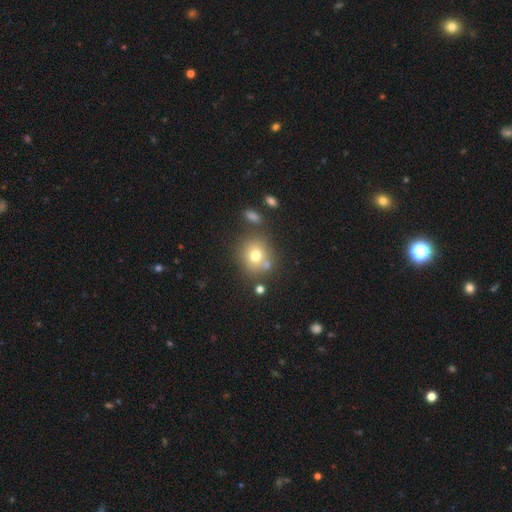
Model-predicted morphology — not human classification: Q: Smooth or featured?
A: smooth (71%); runner-up: featured or disk (15%)
Q: How rounded?
A: round (81%); runner-up: in between (18%)
Q: Merging?
A: none (71%); runner-up: merger (12%)